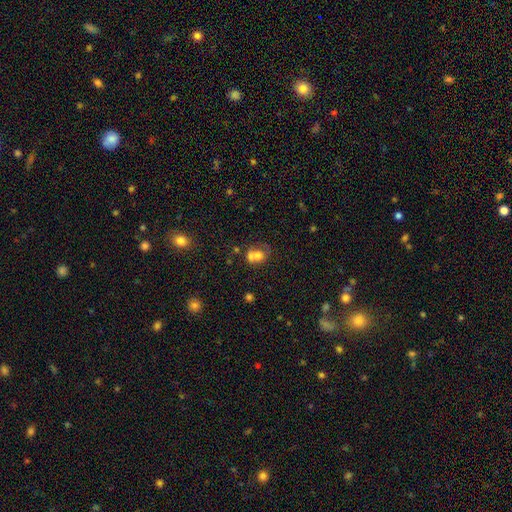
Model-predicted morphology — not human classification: Smooth or featured? Predicted: smooth (p=0.65). How rounded? Predicted: round (p=0.59). Merging? Predicted: merger (p=0.55).